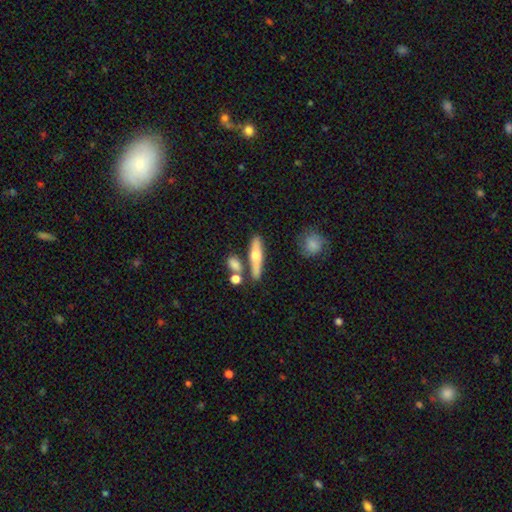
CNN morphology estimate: type=smooth (49%); merging=none (73%).